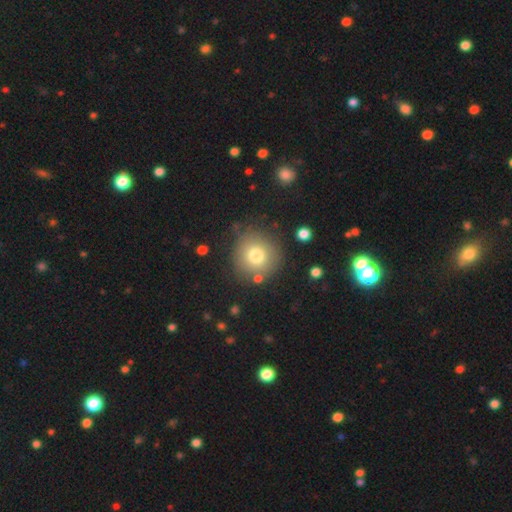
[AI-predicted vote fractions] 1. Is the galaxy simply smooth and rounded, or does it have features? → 75% smooth, 12% featured or disk, 12% star or artifact.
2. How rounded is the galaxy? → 93% round, 6% in between, 1% cigar-shaped.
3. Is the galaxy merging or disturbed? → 81% none, 10% minor disturbance, 5% merger, 4% major disturbance.